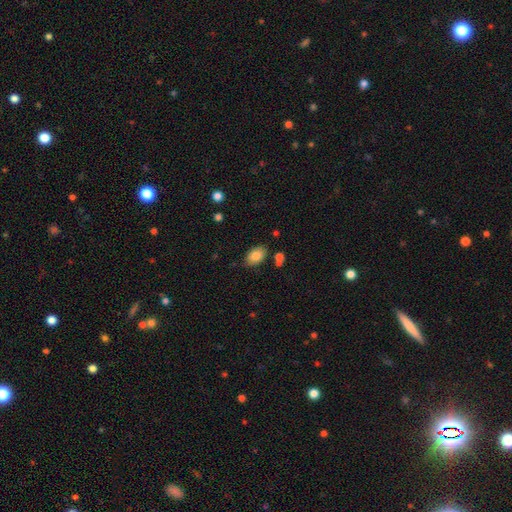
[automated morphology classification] Overall: smooth (85%). How rounded: in between (91%). Merging: none (79%).